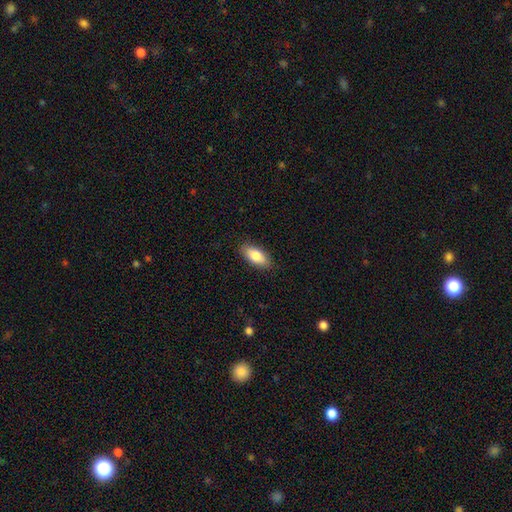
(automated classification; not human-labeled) Morphology: type=smooth (83%); roundness=in between (87%); merging=none (88%).